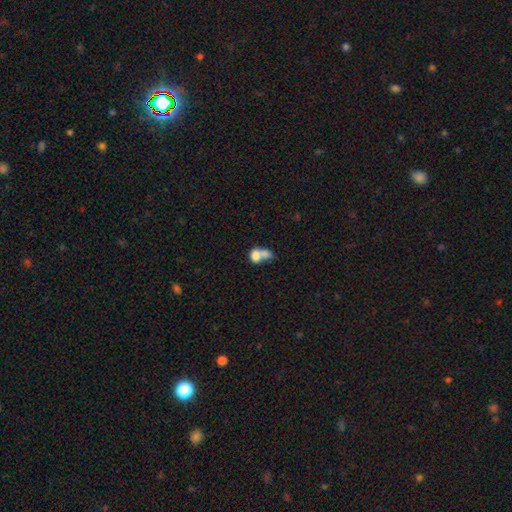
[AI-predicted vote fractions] Smooth or featured?
  - smooth: 76% *
  - featured or disk: 15%
  - star or artifact: 9%
How rounded?
  - in between: 60% *
  - round: 38%
  - cigar-shaped: 1%
Merging?
  - merger: 71% *
  - none: 18%
  - minor disturbance: 6%
  - major disturbance: 5%